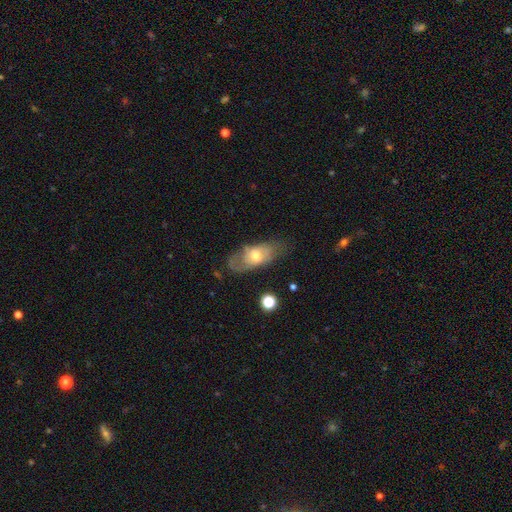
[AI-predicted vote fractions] Smooth or featured: featured or disk — 47% (smooth — 45%)
Merging: none — 51% (minor disturbance — 27%)